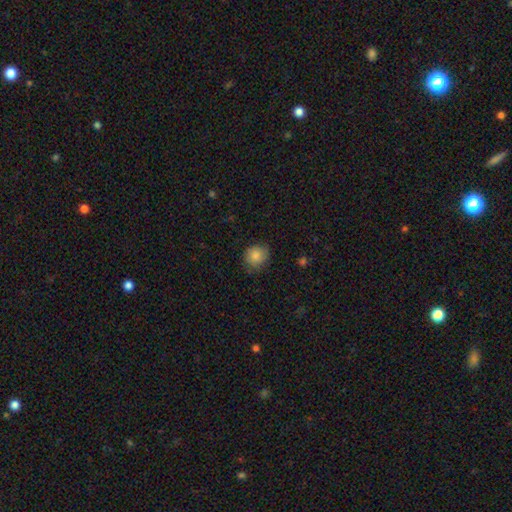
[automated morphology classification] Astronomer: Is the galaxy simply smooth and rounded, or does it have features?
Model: smooth — 82%.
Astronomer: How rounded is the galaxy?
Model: round — 79%.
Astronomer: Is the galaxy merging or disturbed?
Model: none — 75%.